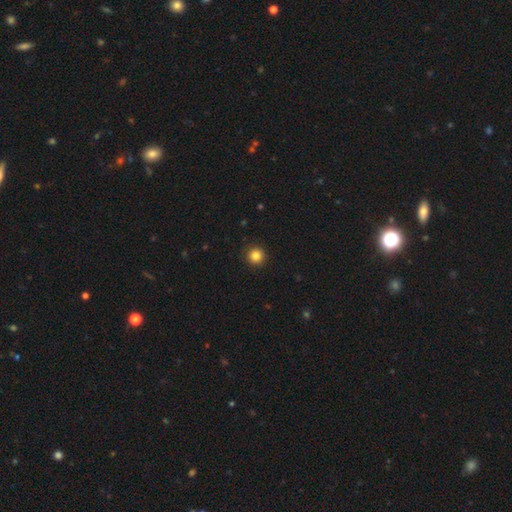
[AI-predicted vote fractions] A smooth galaxy with no disk features (84%) that is round (96%). Merging: none (92%).